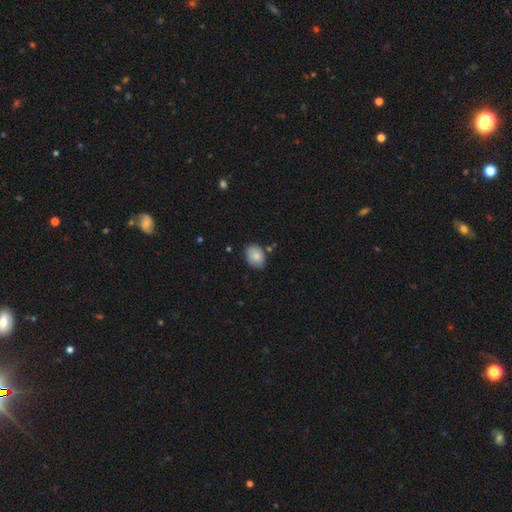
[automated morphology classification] Smooth or featured?
  - smooth: 81% *
  - featured or disk: 12%
  - star or artifact: 7%
How rounded?
  - in between: 74% *
  - round: 25%
  - cigar-shaped: 1%
Merging?
  - none: 74% *
  - minor disturbance: 19%
  - merger: 3%
  - major disturbance: 3%